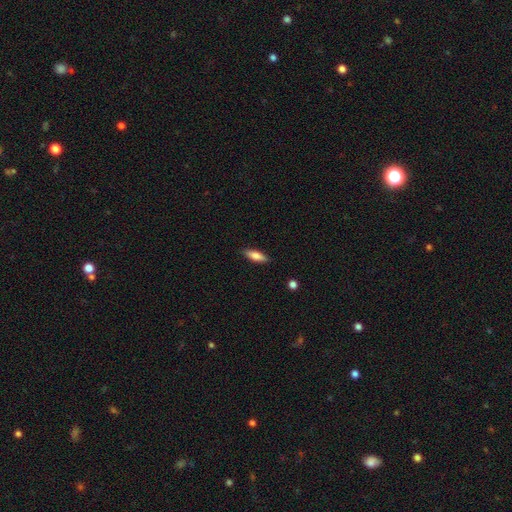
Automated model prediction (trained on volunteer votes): Q: Smooth or featured?
A: smooth (77%); runner-up: featured or disk (16%)
Q: How rounded?
A: in between (54%); runner-up: cigar-shaped (44%)
Q: Merging?
A: none (88%); runner-up: minor disturbance (9%)